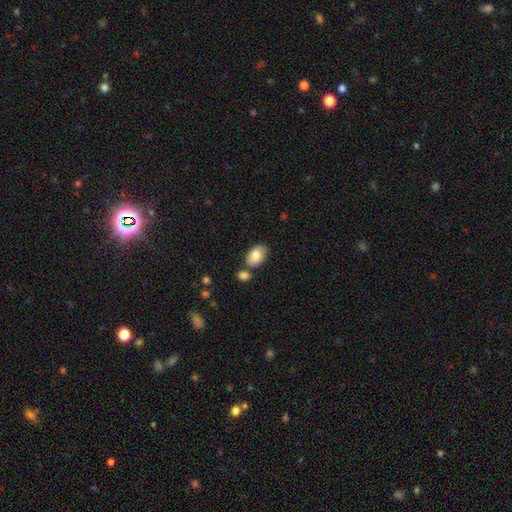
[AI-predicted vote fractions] Smooth or featured?
  - smooth: 80% *
  - featured or disk: 14%
  - star or artifact: 6%
How rounded?
  - in between: 92% *
  - round: 7%
  - cigar-shaped: 1%
Merging?
  - none: 70% *
  - minor disturbance: 14%
  - merger: 13%
  - major disturbance: 3%